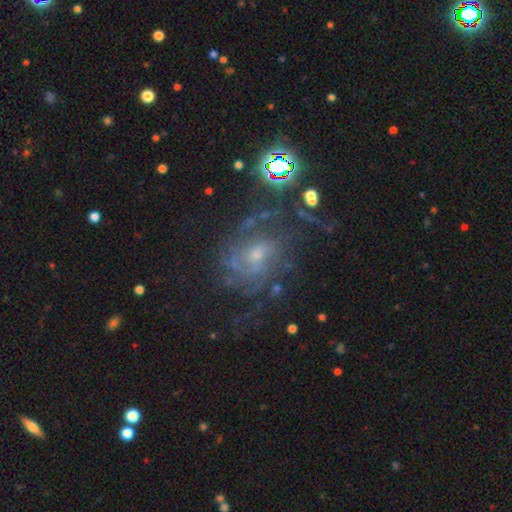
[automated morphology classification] Smooth or featured?
  - featured or disk: 73% *
  - star or artifact: 16%
  - smooth: 11%
Edge-on disk?
  - no: 97% *
  - yes: 3%
Bar?
  - no: 67% *
  - weak: 28%
  - strong: 5%
Spiral arms?
  - yes: 88% *
  - no: 12%
Spiral winding?
  - tight: 46% *
  - medium: 39%
  - loose: 15%
Spiral arm count?
  - can't tell: 45% *
  - 2: 15%
  - 3: 15%
  - 4: 12%
  - more than 4: 7%
  - 1: 7%
Bulge size?
  - small: 54% *
  - moderate: 38%
  - none: 5%
  - large: 3%
  - dominant: 1%
Merging?
  - none: 59% *
  - major disturbance: 19%
  - minor disturbance: 19%
  - merger: 3%